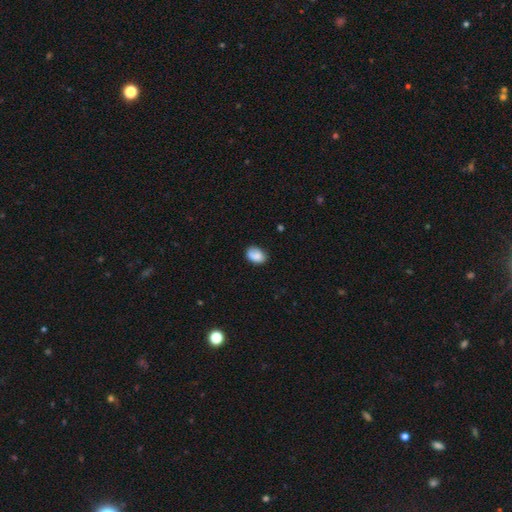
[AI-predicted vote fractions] Smooth or featured: smooth — 81% (featured or disk — 10%)
How rounded: in between — 79% (round — 20%)
Merging: none — 64% (minor disturbance — 26%)